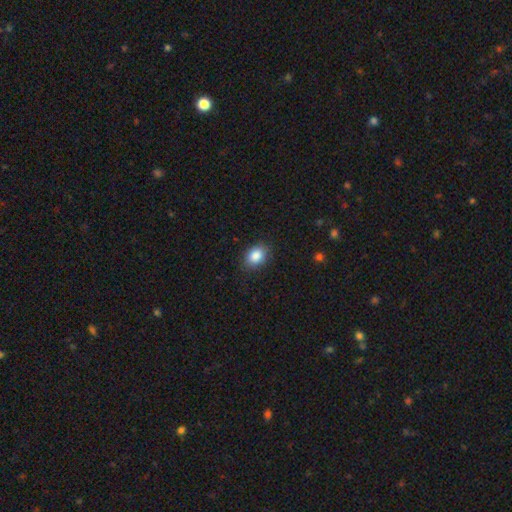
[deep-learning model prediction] smooth 86%, star or artifact 9%, featured or disk 5%. Down the decision tree: how rounded — in between (64%); merging — none (85%).